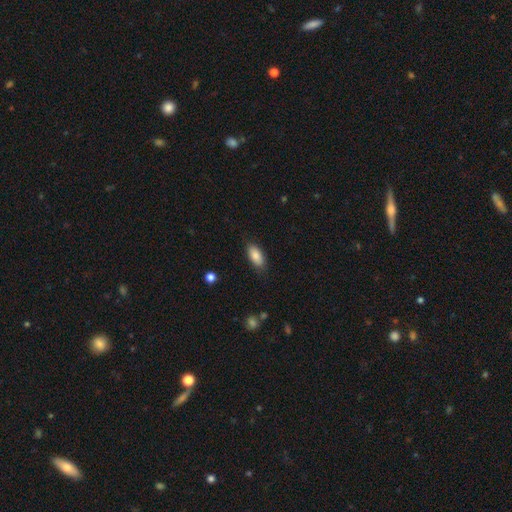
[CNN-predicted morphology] Smooth or featured? smooth (85%)
How rounded? in between (89%)
Merging? none (83%)